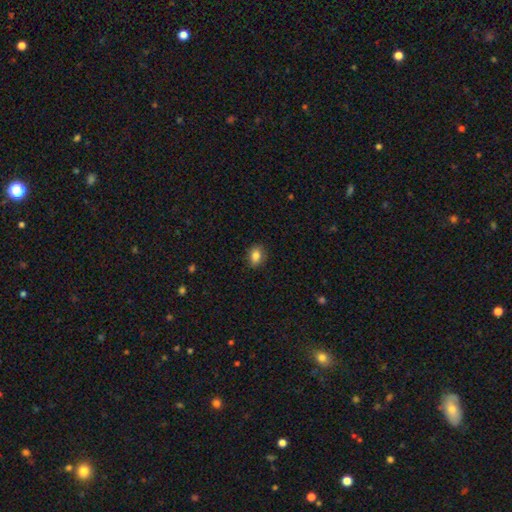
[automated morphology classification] smooth_or_featured: smooth (p=0.84) [alt: star or artifact p=0.09]
how_rounded: in between (p=0.68) [alt: round p=0.31]
merging: none (p=0.83) [alt: minor disturbance p=0.13]